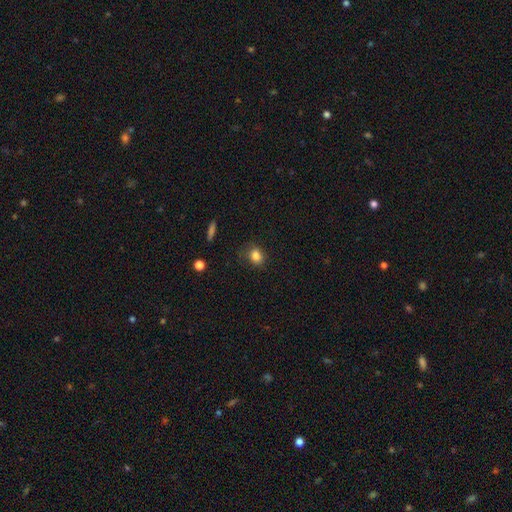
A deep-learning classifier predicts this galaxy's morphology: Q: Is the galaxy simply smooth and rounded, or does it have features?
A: smooth — 83%.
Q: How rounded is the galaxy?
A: in between — 49%, tied with round.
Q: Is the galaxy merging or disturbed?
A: none — 73%.